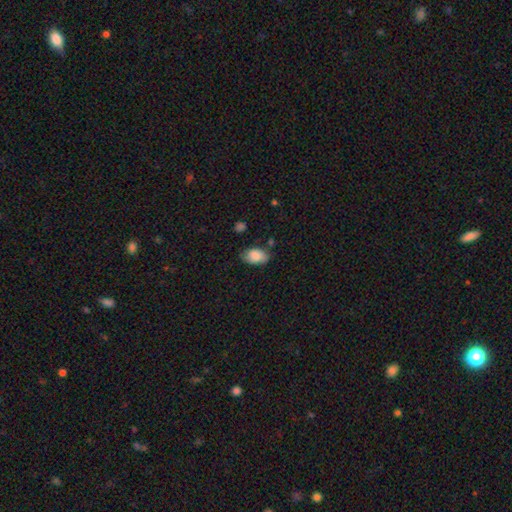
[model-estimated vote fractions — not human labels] The model was most divided on "merging": none: 69%, minor disturbance: 23%, major disturbance: 5%, merger: 3%. More confident: how rounded — in between (91%); smooth or featured — smooth (82%).